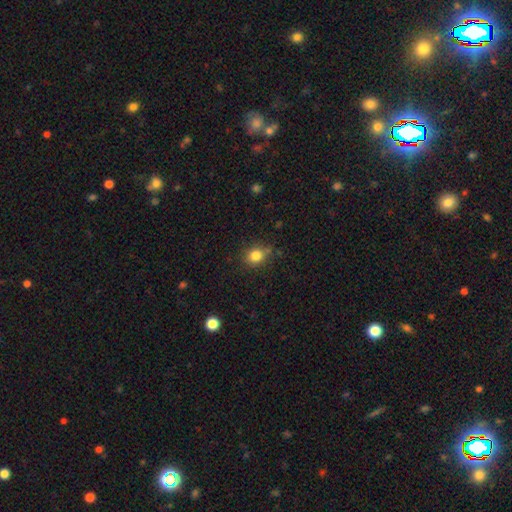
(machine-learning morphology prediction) Smooth or featured? smooth (82%)
How rounded? round (70%)
Merging? none (77%)